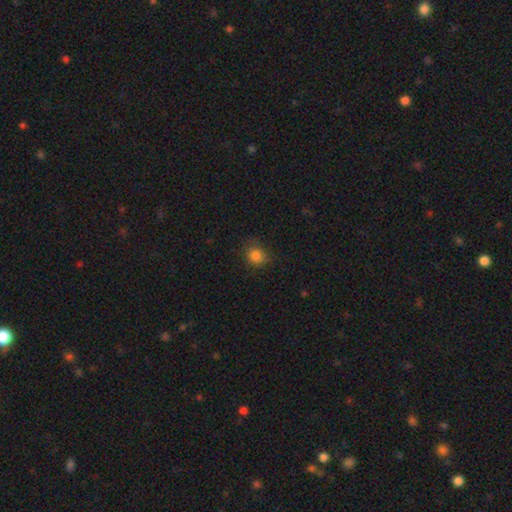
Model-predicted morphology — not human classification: Smooth or featured: smooth — 82% (star or artifact — 13%)
How rounded: round — 74% (in between — 25%)
Merging: none — 77% (minor disturbance — 17%)